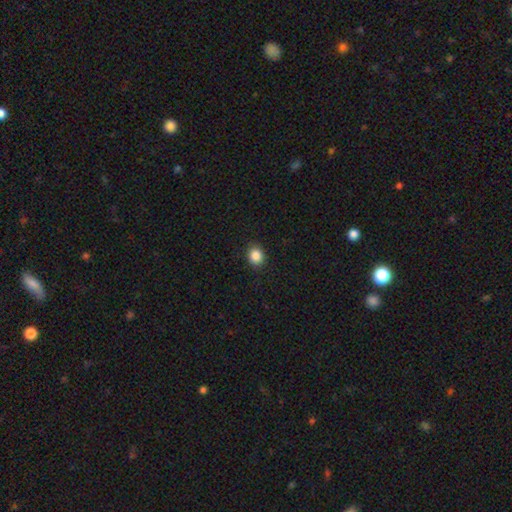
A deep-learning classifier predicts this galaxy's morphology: Q: Smooth or featured?
A: smooth (87%); runner-up: star or artifact (9%)
Q: How rounded?
A: round (69%); runner-up: in between (30%)
Q: Merging?
A: none (90%); runner-up: minor disturbance (7%)